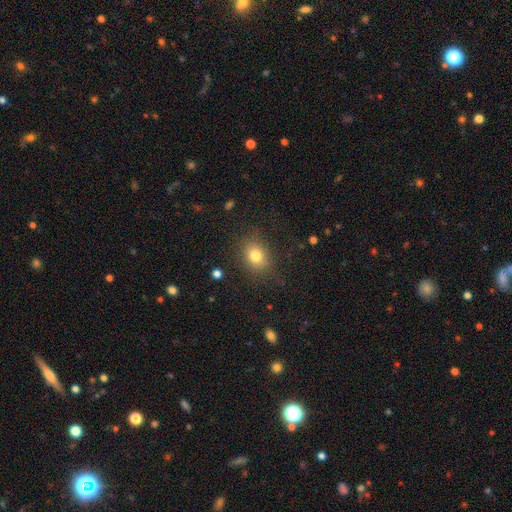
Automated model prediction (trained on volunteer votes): Morphology: type=smooth (78%); roundness=round (52%); merging=none (80%).